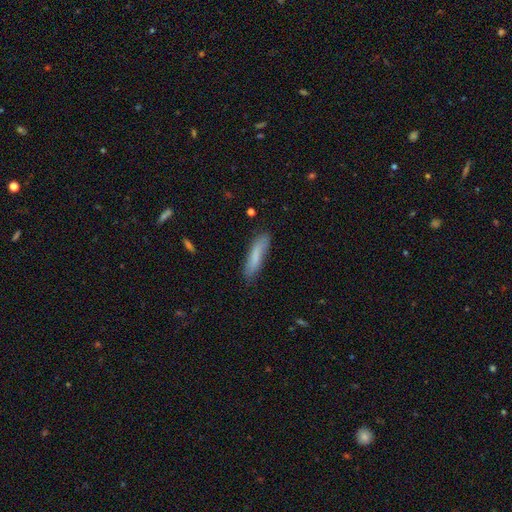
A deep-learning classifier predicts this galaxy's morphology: type=smooth (77%); roundness=cigar-shaped (79%); merging=none (76%).